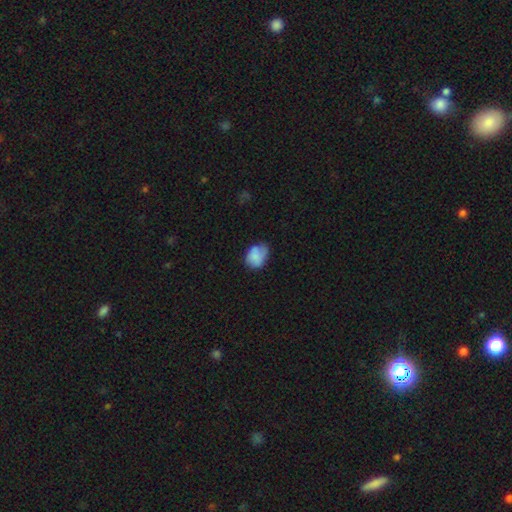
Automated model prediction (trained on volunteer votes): Smooth or featured?
  - smooth: 75% *
  - featured or disk: 16%
  - star or artifact: 8%
How rounded?
  - in between: 66% *
  - round: 33%
  - cigar-shaped: 1%
Merging?
  - none: 46% *
  - minor disturbance: 38%
  - major disturbance: 13%
  - merger: 3%